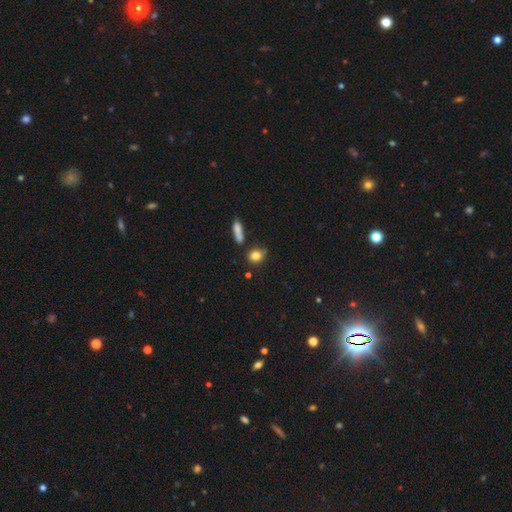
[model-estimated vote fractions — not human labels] smooth 82%, star or artifact 10%, featured or disk 8%. Down the decision tree: how rounded — round (61%); merging — none (63%).